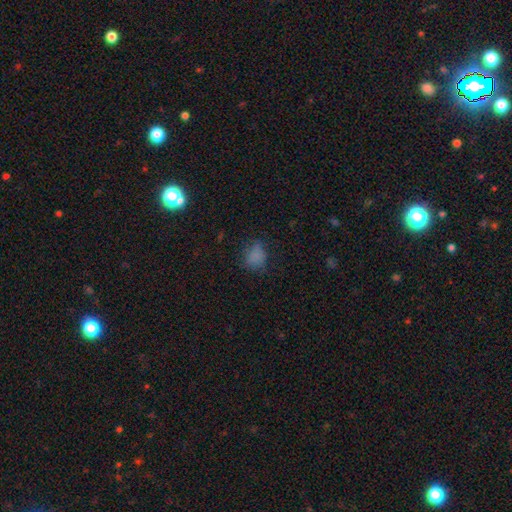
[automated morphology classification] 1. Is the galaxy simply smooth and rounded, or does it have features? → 76% smooth, 16% star or artifact, 8% featured or disk.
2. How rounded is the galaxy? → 52% in between, 47% round, 2% cigar-shaped.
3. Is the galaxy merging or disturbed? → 62% none, 24% minor disturbance, 12% major disturbance, 2% merger.